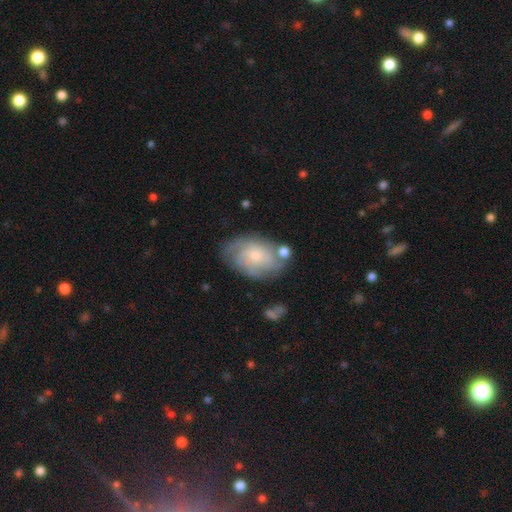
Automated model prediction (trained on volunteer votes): smooth-or-featured: featured or disk: 64% | smooth: 29% | star or artifact: 7%
  disk-edge-on: no: 96% | yes: 4%
    bar: no: 76% | weak: 21% | strong: 3%
    has-spiral-arms: yes: 86% | no: 14%
      spiral-winding: tight: 56% | medium: 32% | loose: 12%
      spiral-arm-count: can't tell: 48% | 3: 16% | 2: 14% | 4: 13% | more than 4: 5% | 1: 5%
    bulge-size: small: 60% | moderate: 31% | none: 4% | large: 3% | dominant: 1%
  merging: none: 64% | minor disturbance: 20% | major disturbance: 8% | merger: 7%